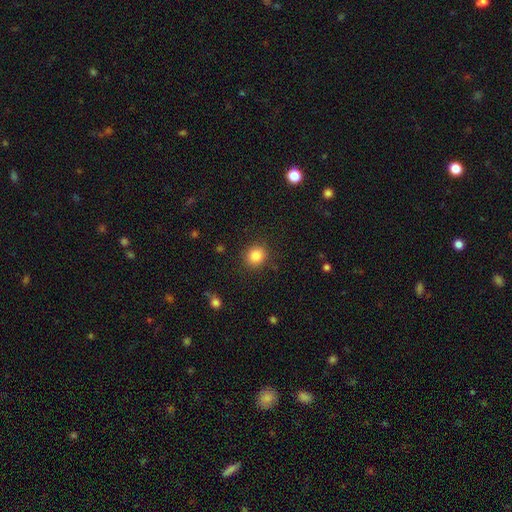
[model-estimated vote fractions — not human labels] Smooth or featured?
  - smooth: 85% *
  - star or artifact: 10%
  - featured or disk: 5%
How rounded?
  - round: 84% *
  - in between: 15%
  - cigar-shaped: 1%
Merging?
  - none: 88% *
  - minor disturbance: 7%
  - major disturbance: 3%
  - merger: 1%